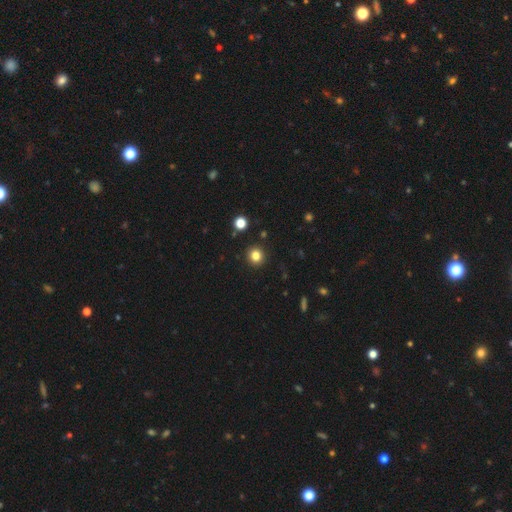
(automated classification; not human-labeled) Smooth or featured: smooth — 82% (star or artifact — 13%)
How rounded: round — 92% (in between — 7%)
Merging: none — 92% (minor disturbance — 5%)